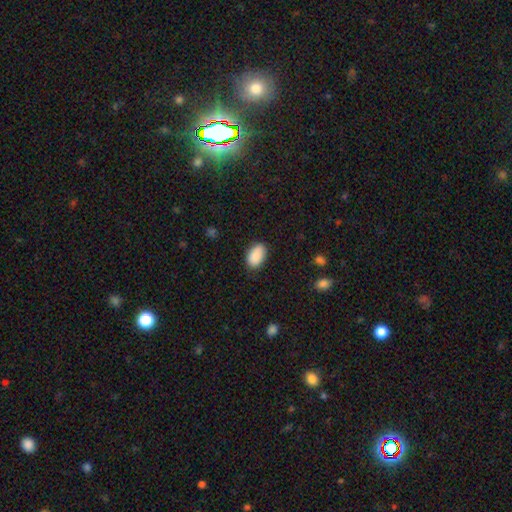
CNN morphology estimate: Smooth or featured? smooth (90%)
How rounded? in between (92%)
Merging? none (83%)